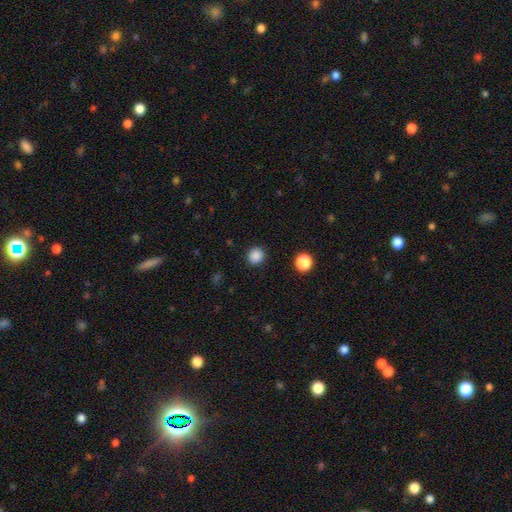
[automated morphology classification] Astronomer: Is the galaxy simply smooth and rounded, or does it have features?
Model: smooth — 86%.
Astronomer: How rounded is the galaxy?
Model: round — 89%.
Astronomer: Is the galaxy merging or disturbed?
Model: none — 91%.